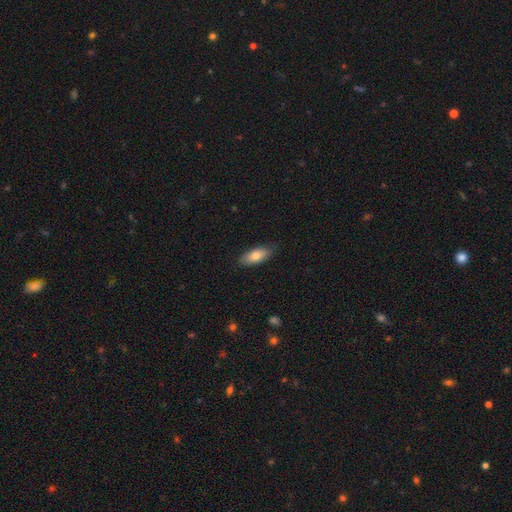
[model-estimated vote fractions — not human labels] smooth_or_featured: smooth (p=0.77) [alt: featured or disk p=0.16]
how_rounded: in between (p=0.80) [alt: cigar-shaped p=0.17]
merging: none (p=0.84) [alt: minor disturbance p=0.13]